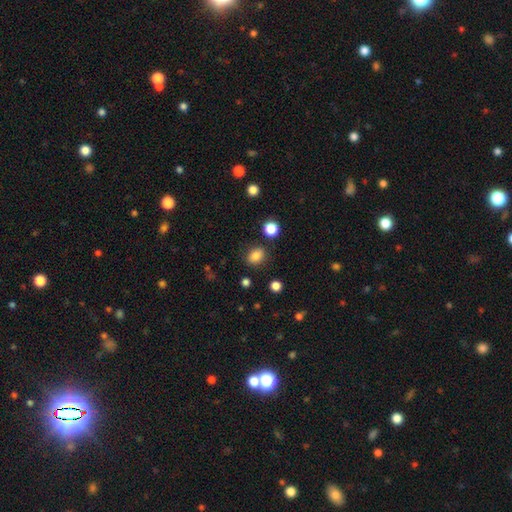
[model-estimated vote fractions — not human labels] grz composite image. It shows a smooth galaxy with no disk features (84%) that is in between round and cigar-shaped (64%). Merging: none (82%).